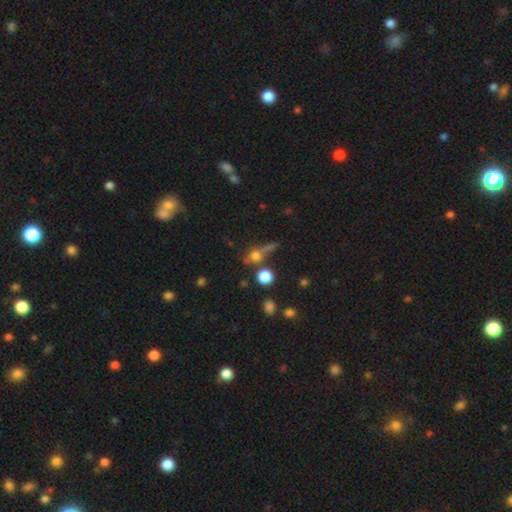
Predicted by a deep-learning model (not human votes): This is possibly a smooth galaxy (50%). Merging: possibly none (57%).